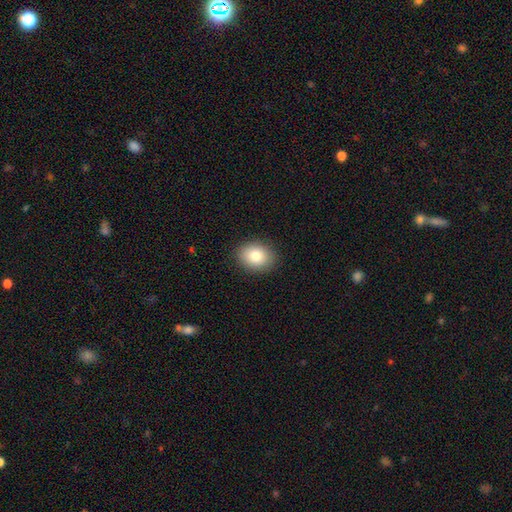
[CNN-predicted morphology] Smooth or featured? Predicted: smooth (p=0.82). How rounded? Predicted: in between (p=0.60). Merging? Predicted: none (p=0.89).